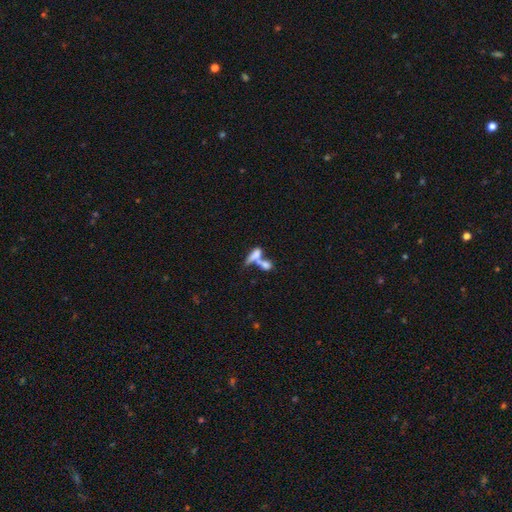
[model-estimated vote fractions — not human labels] Smooth or featured? Predicted: smooth (p=0.65). How rounded? Predicted: in between (p=0.57). Merging? Predicted: merger (p=0.62).